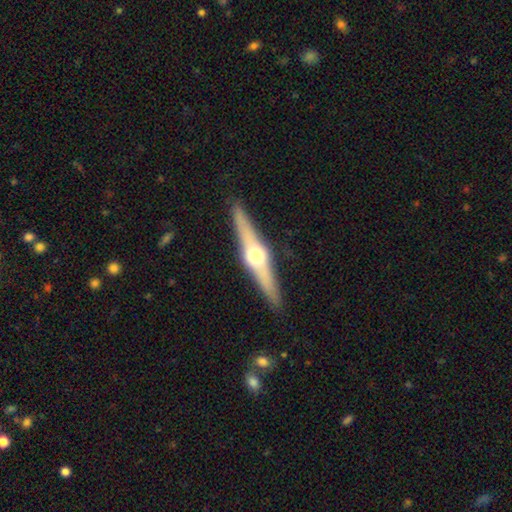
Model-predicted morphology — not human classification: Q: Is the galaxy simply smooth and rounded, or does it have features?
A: featured or disk — 72%.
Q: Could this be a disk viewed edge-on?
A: yes — 96%.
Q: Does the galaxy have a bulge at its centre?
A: rounded — 95%.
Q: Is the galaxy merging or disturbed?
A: none — 90%.